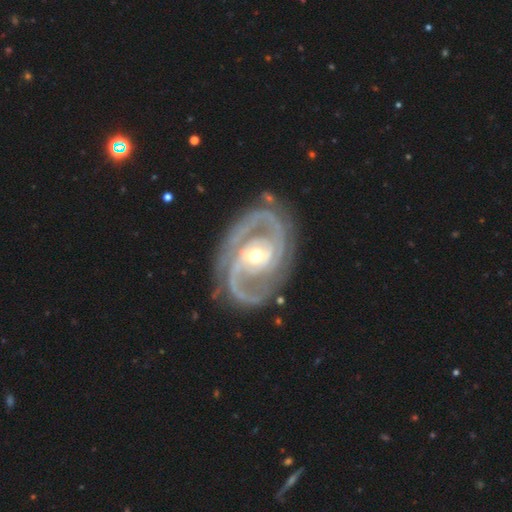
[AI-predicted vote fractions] featured or disk 92%, star or artifact 4%, smooth 4%. Down the decision tree: edge-on disk — no (97%); bar — no (47%); spiral arms — yes (98%); spiral arm count — 2 (77%); spiral winding — tight (48%); bulge size — moderate (63%); merging — none (76%).